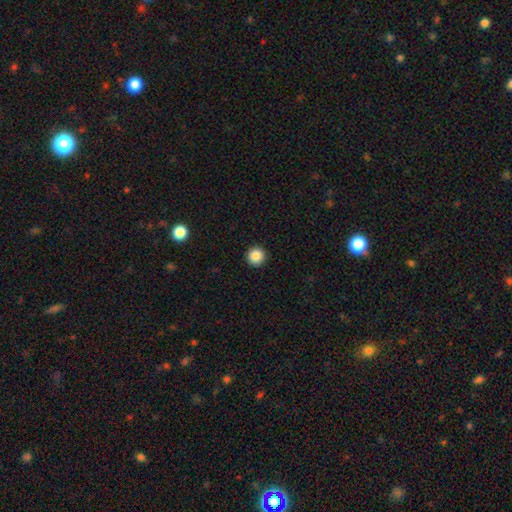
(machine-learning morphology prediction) type=smooth (88%); roundness=round (96%); merging=none (93%).